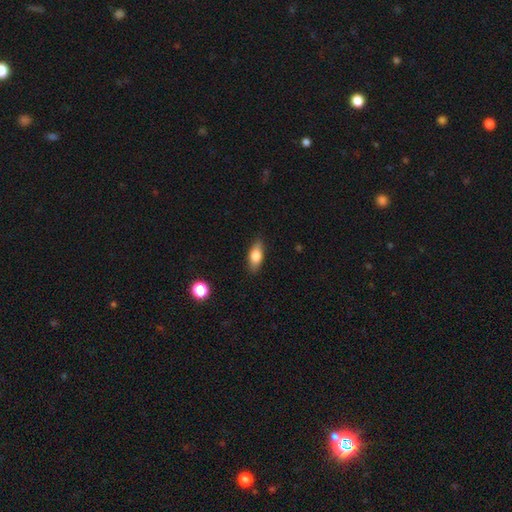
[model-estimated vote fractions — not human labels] Smooth or featured: smooth — 76% (featured or disk — 17%)
How rounded: in between — 80% (cigar-shaped — 16%)
Merging: none — 86% (minor disturbance — 10%)